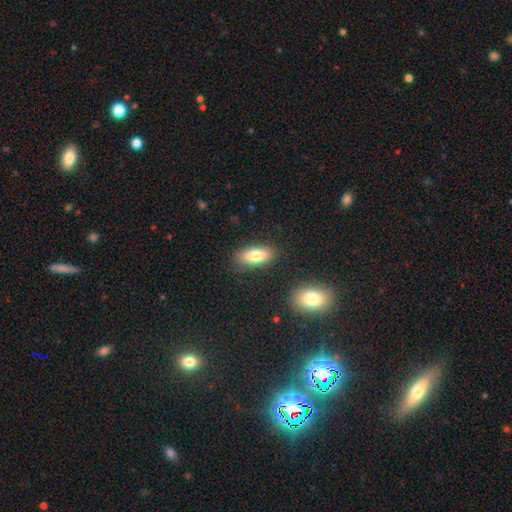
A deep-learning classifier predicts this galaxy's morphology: smooth-or-featured: smooth: 80% | featured or disk: 13% | star or artifact: 7%
  how-rounded: in between: 83% | cigar-shaped: 14% | round: 3%
  merging: none: 85% | minor disturbance: 10% | major disturbance: 3% | merger: 2%